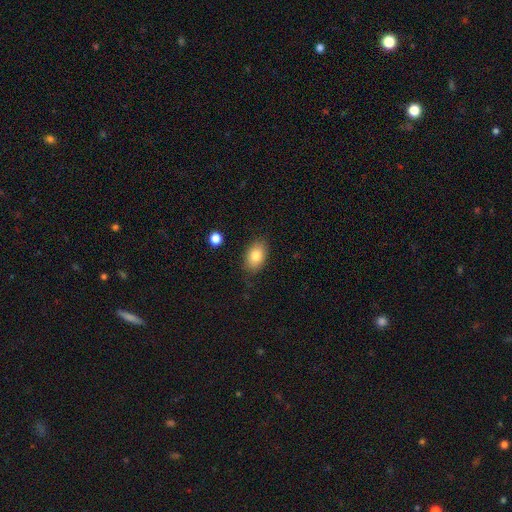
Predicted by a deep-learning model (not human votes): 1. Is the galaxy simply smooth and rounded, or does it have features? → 82% smooth, 11% featured or disk, 8% star or artifact.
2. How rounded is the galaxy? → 88% in between, 11% round, 1% cigar-shaped.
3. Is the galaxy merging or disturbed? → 83% none, 13% minor disturbance, 3% major disturbance, 2% merger.